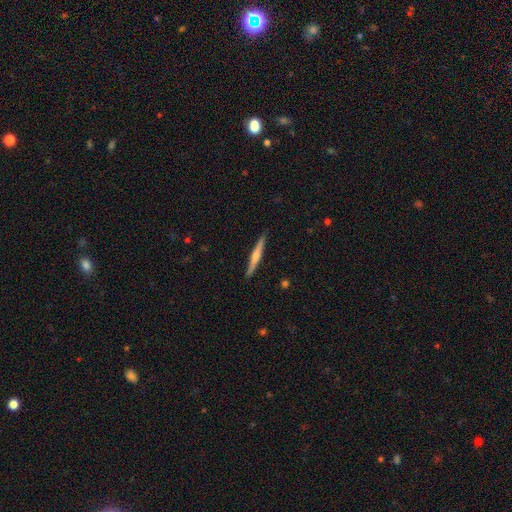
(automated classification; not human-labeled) Smooth or featured? featured or disk (58%)
Edge-on disk? yes (98%)
Edge-on bulge? rounded (75%)
Merging? none (91%)